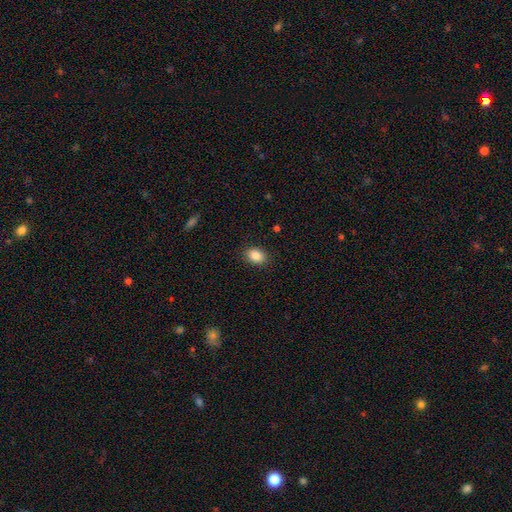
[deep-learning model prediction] Overall: smooth (86%). How rounded: in between (70%). Merging: none (89%).